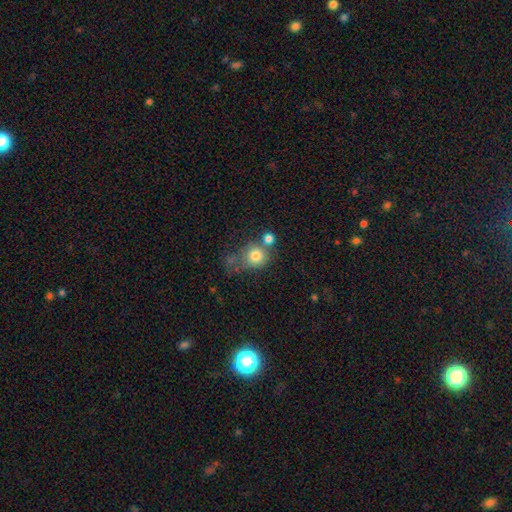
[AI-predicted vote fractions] smooth-or-featured: smooth: 78% | star or artifact: 11% | featured or disk: 11%
  how-rounded: round: 83% | in between: 16% | cigar-shaped: 1%
  merging: none: 46% | merger: 30% | minor disturbance: 15% | major disturbance: 9%